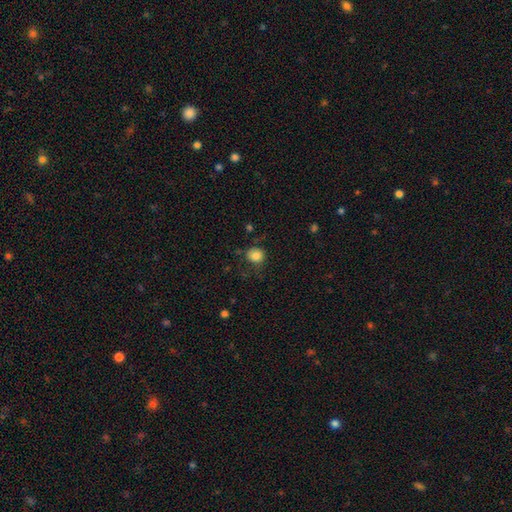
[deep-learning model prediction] Q: Smooth or featured?
A: smooth (83%); runner-up: star or artifact (10%)
Q: How rounded?
A: round (79%); runner-up: in between (20%)
Q: Merging?
A: none (69%); runner-up: minor disturbance (22%)